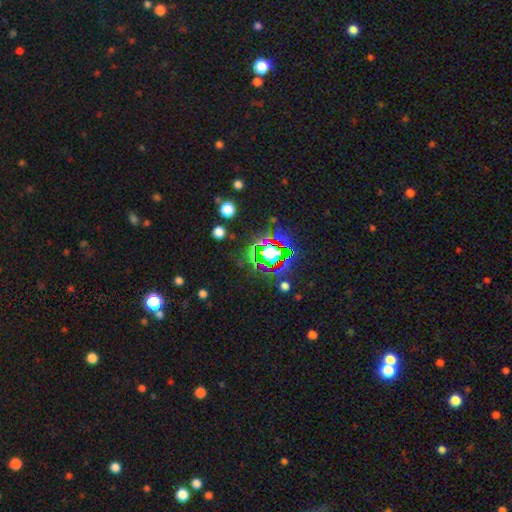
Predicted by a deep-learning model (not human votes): A star or artifact, not a galaxy (67%).

Vote fractions:
- Smooth or featured? star or artifact: 67% / smooth: 21% / featured or disk: 12%